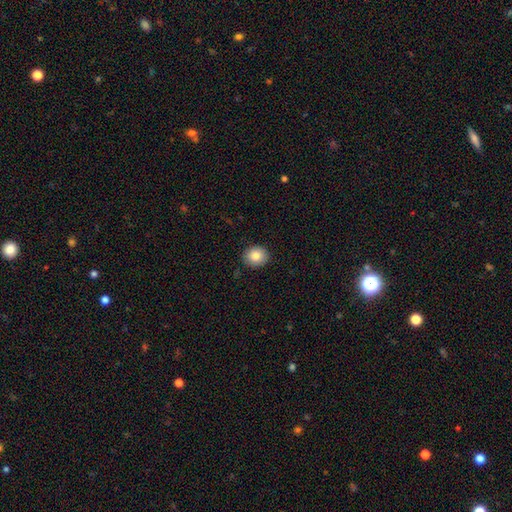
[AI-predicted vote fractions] Morphology: type=smooth (84%); roundness=round (74%); merging=none (90%).